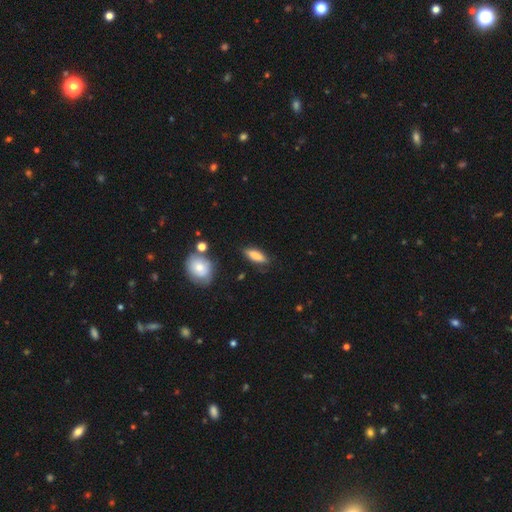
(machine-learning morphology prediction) Q: Smooth or featured?
A: smooth (75%); runner-up: featured or disk (18%)
Q: How rounded?
A: in between (52%); runner-up: cigar-shaped (45%)
Q: Merging?
A: none (81%); runner-up: minor disturbance (14%)